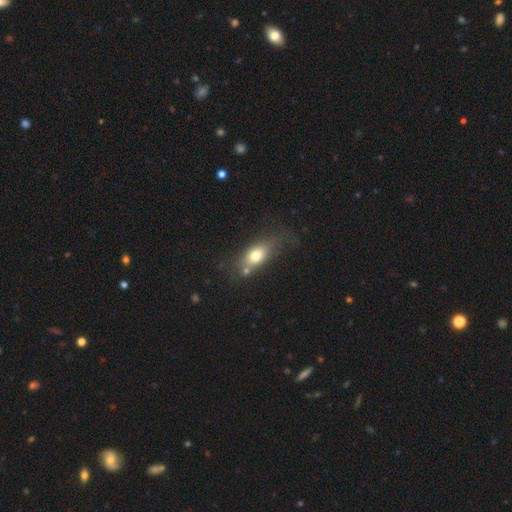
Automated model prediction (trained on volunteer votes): Smooth or featured? smooth (72%)
How rounded? in between (78%)
Merging? none (55%)